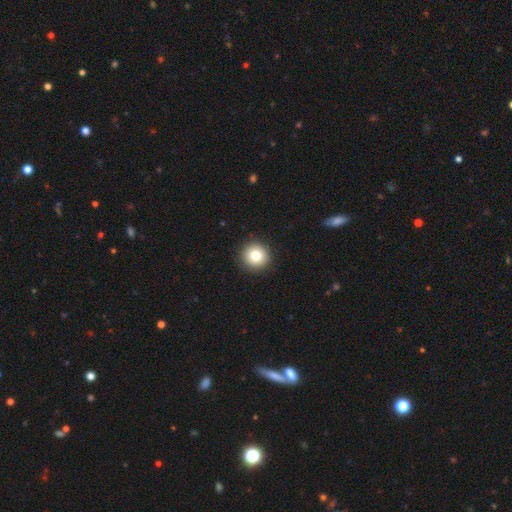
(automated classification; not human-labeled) smooth_or_featured: smooth (p=0.80) [alt: star or artifact p=0.10]
how_rounded: round (p=0.95) [alt: in between p=0.04]
merging: none (p=0.93) [alt: minor disturbance p=0.05]